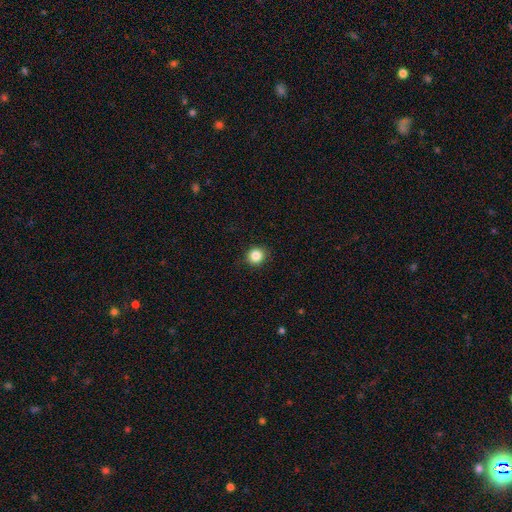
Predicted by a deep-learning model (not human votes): Morphology: type=smooth (85%); roundness=round (88%); merging=none (90%).